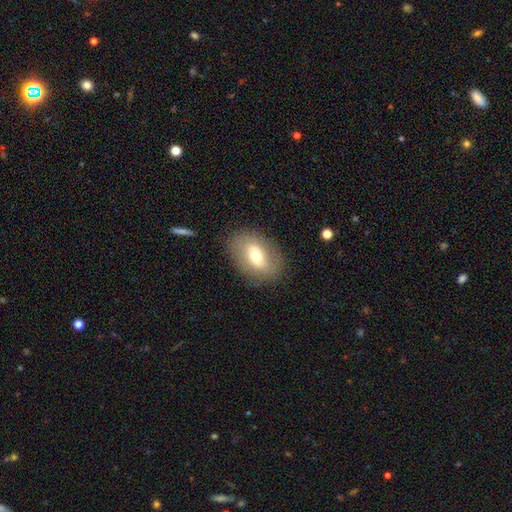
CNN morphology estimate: A smooth galaxy with no disk features (56%) that is in between round and cigar-shaped (83%). Merging: none (82%).